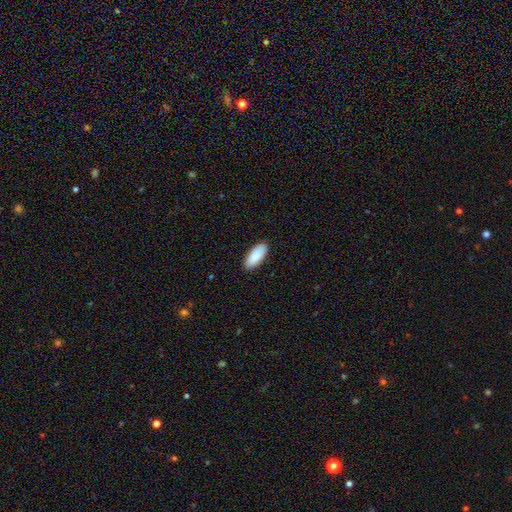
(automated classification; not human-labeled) This is clearly a smooth galaxy (91%). How rounded: clearly in between (83%). Merging: clearly none (90%).